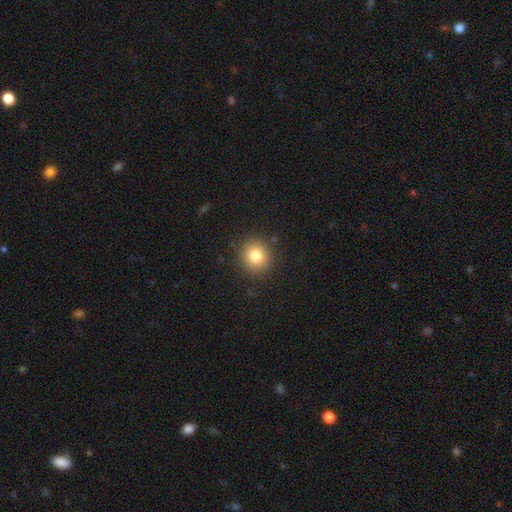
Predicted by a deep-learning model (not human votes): A smooth galaxy with no disk features (80%) that is round (87%). Merging: none (89%).